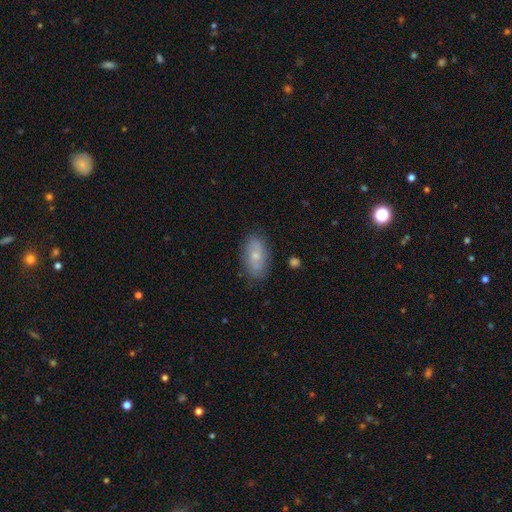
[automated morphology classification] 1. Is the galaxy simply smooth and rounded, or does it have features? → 54% smooth, 39% featured or disk, 8% star or artifact.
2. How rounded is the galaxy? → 91% in between, 5% round, 4% cigar-shaped.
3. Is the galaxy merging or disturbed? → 81% none, 15% minor disturbance, 3% major disturbance, 2% merger.